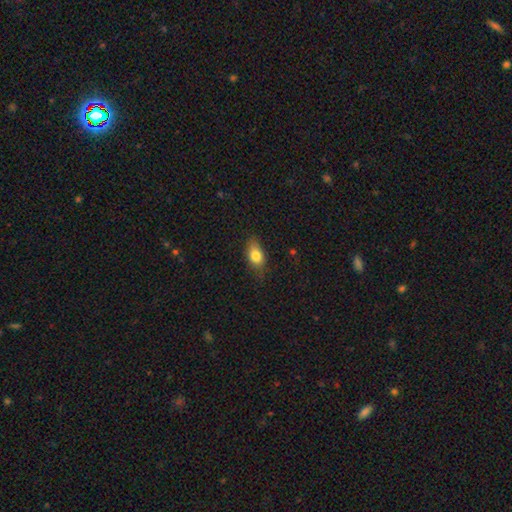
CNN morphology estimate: Smooth or featured?
  - smooth: 80% *
  - featured or disk: 11%
  - star or artifact: 8%
How rounded?
  - in between: 83% *
  - round: 11%
  - cigar-shaped: 6%
Merging?
  - none: 71% *
  - minor disturbance: 23%
  - major disturbance: 5%
  - merger: 1%